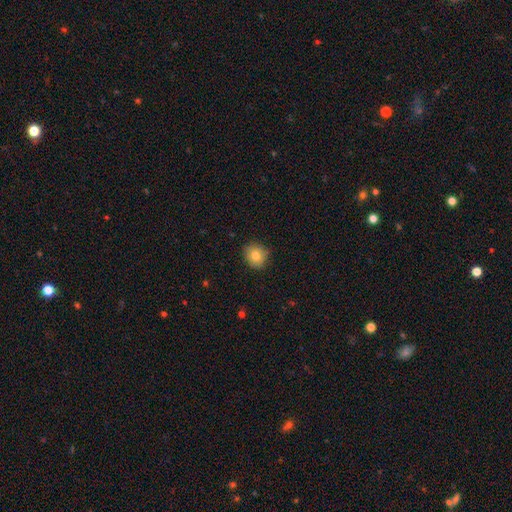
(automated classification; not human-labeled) Morphology: type=smooth (80%); roundness=round (81%); merging=none (87%).